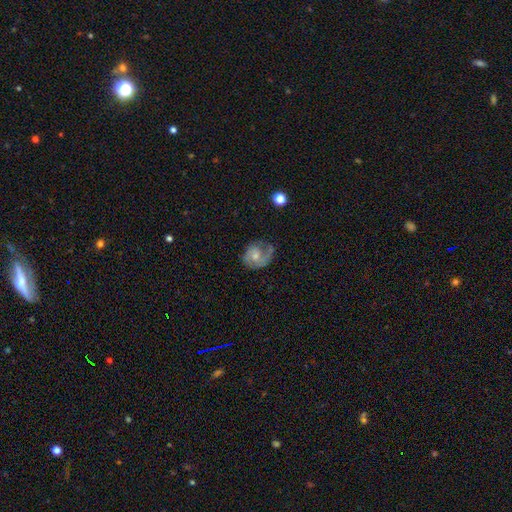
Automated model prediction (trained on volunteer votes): Q: Smooth or featured?
A: featured or disk (64%); runner-up: smooth (29%)
Q: Edge-on disk?
A: no (97%); runner-up: yes (3%)
Q: Bar?
A: no (66%); runner-up: weak (30%)
Q: Spiral arms?
A: yes (85%); runner-up: no (15%)
Q: Spiral winding?
A: medium (42%); runner-up: tight (34%)
Q: Spiral arm count?
A: 2 (42%); runner-up: 1 (38%)
Q: Bulge size?
A: small (46%); runner-up: moderate (44%)
Q: Merging?
A: none (47%); runner-up: minor disturbance (27%)